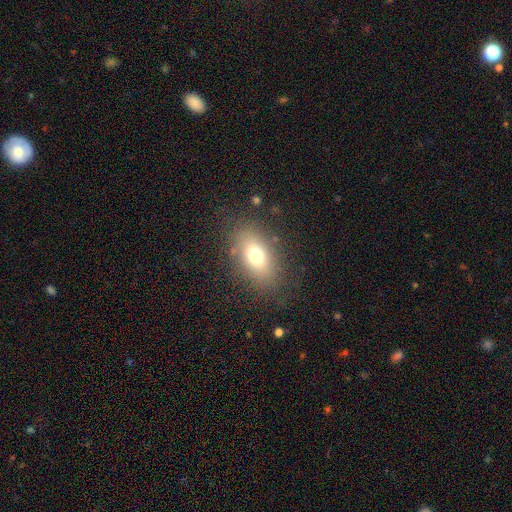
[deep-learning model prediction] smooth-or-featured: smooth: 71% | featured or disk: 16% | star or artifact: 12%
  how-rounded: in between: 83% | round: 13% | cigar-shaped: 3%
  merging: none: 80% | minor disturbance: 12% | major disturbance: 6% | merger: 2%